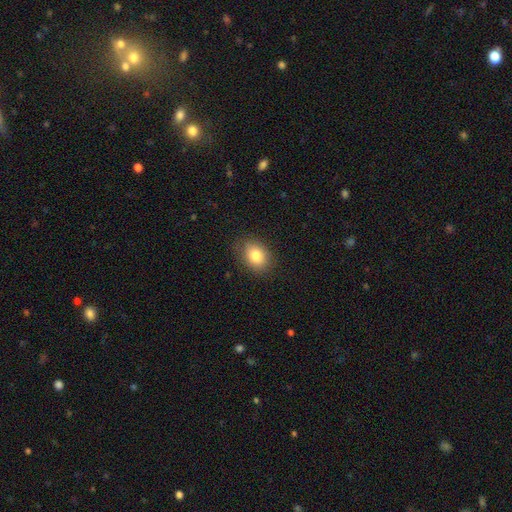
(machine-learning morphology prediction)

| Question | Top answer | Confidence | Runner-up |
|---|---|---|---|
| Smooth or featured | smooth | 82% | featured or disk (9%) |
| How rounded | in between | 65% | round (34%) |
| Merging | none | 84% | minor disturbance (12%) |